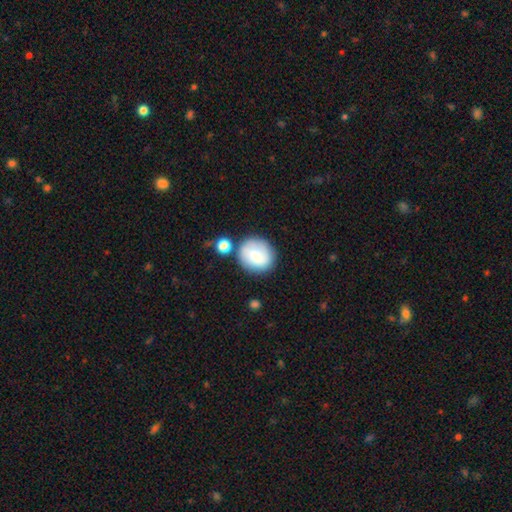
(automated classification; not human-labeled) Morphology: type=smooth (75%); roundness=round (77%); merging=none (68%).